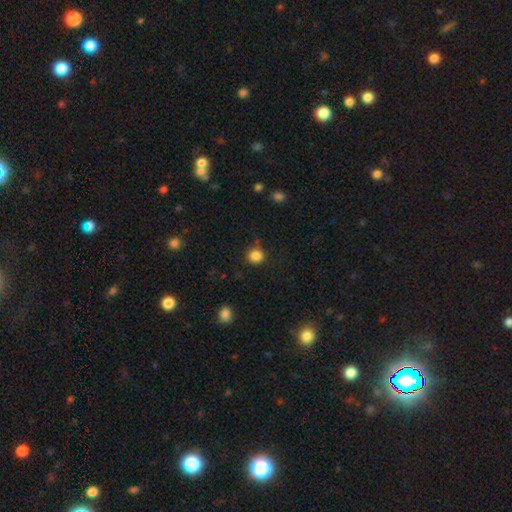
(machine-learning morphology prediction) smooth_or_featured: smooth (p=0.85) [alt: star or artifact p=0.11]
how_rounded: round (p=0.86) [alt: in between p=0.13]
merging: none (p=0.79) [alt: minor disturbance p=0.13]